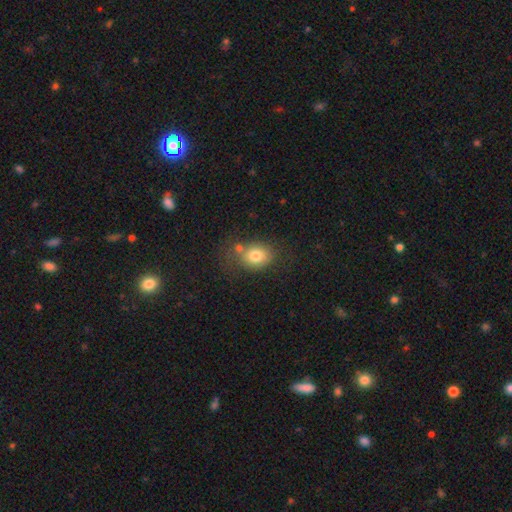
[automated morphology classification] smooth 77%, featured or disk 12%, star or artifact 11%. Down the decision tree: how rounded — in between (52%); merging — none (58%).